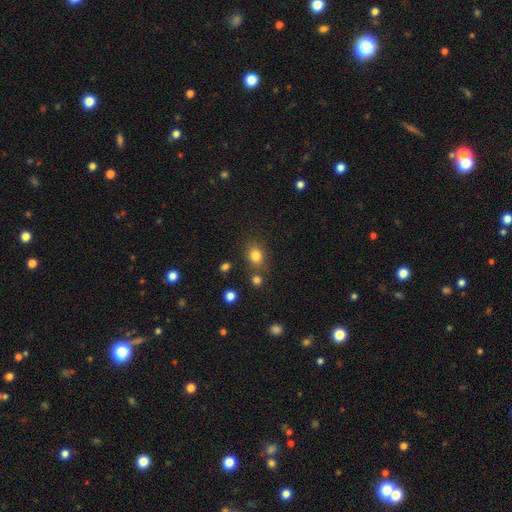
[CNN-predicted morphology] Smooth or featured: smooth — 81% (star or artifact — 12%)
How rounded: round — 50% (in between — 49%)
Merging: none — 72% (minor disturbance — 13%)